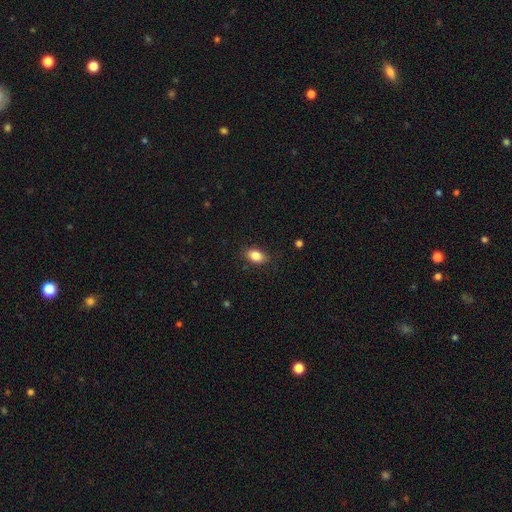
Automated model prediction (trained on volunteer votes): Smooth or featured? smooth (85%)
How rounded? in between (86%)
Merging? none (85%)